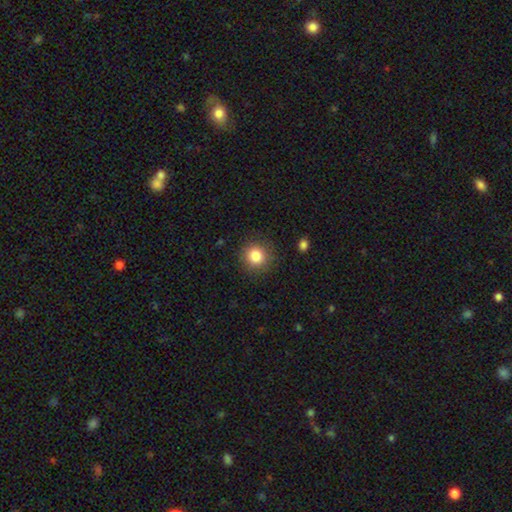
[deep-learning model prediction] smooth-or-featured: smooth: 83% | star or artifact: 11% | featured or disk: 6%
  how-rounded: round: 92% | in between: 7% | cigar-shaped: 1%
  merging: none: 88% | minor disturbance: 8% | major disturbance: 3% | merger: 1%